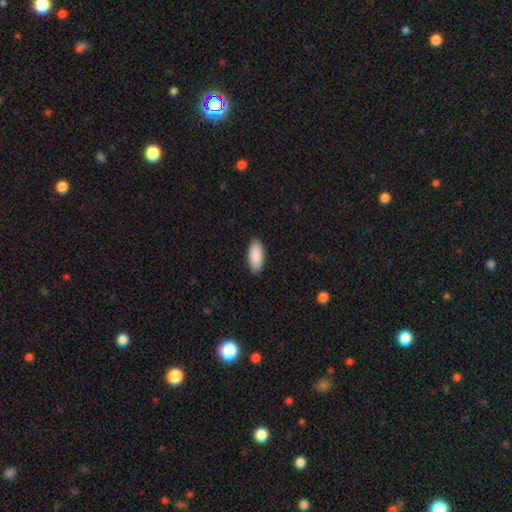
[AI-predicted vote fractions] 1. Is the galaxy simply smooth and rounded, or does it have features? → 91% smooth, 5% star or artifact, 4% featured or disk.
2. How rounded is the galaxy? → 89% in between, 9% cigar-shaped, 2% round.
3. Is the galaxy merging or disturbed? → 90% none, 7% minor disturbance, 2% major disturbance, 1% merger.